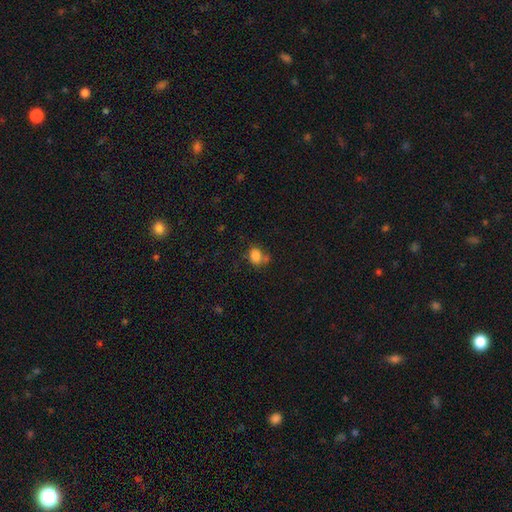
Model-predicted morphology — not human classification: Smooth or featured?
  - smooth: 81% *
  - star or artifact: 11%
  - featured or disk: 8%
How rounded?
  - in between: 55% *
  - round: 44%
  - cigar-shaped: 1%
Merging?
  - none: 54% *
  - merger: 23%
  - minor disturbance: 17%
  - major disturbance: 6%